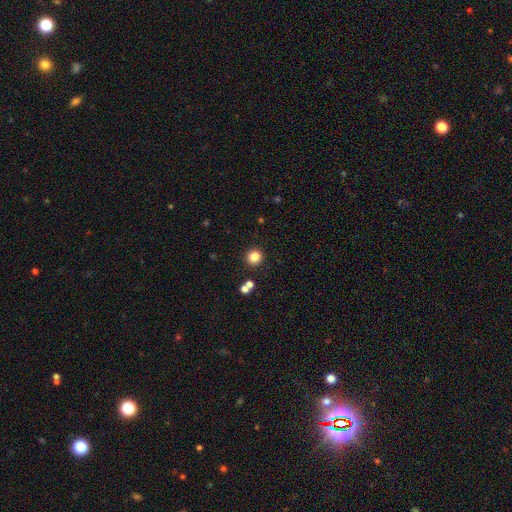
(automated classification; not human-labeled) Smooth or featured: smooth — 83% (star or artifact — 12%)
How rounded: round — 83% (in between — 16%)
Merging: none — 86% (minor disturbance — 7%)